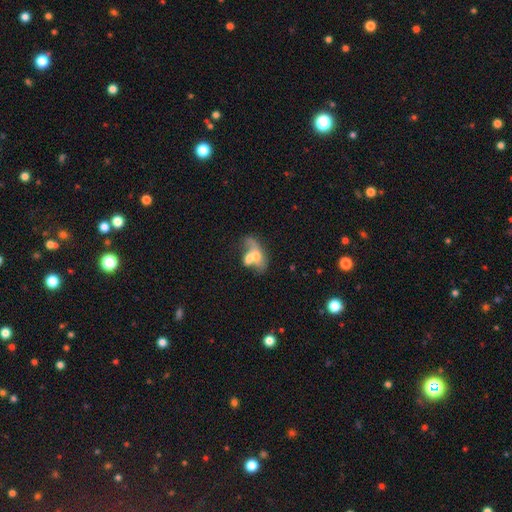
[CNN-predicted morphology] type=smooth (47%); merging=merger (63%).